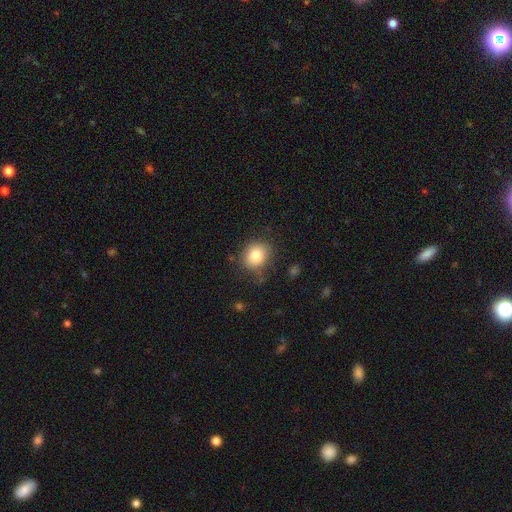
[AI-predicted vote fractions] smooth_or_featured: smooth (p=0.82) [alt: star or artifact p=0.10]
how_rounded: round (p=0.71) [alt: in between p=0.28]
merging: none (p=0.77) [alt: minor disturbance p=0.16]